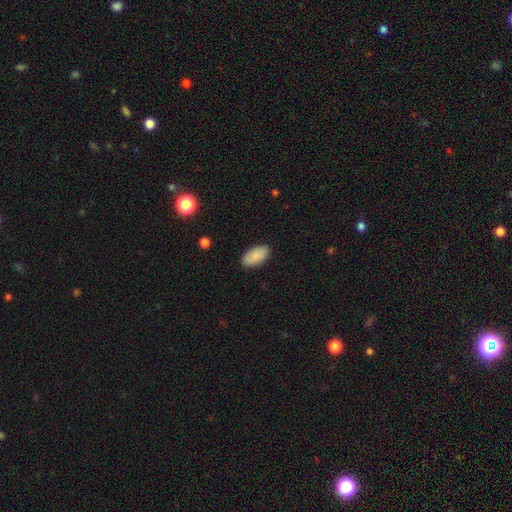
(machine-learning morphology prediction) Smooth or featured?
  - smooth: 89% *
  - star or artifact: 6%
  - featured or disk: 5%
How rounded?
  - in between: 95% *
  - cigar-shaped: 3%
  - round: 3%
Merging?
  - none: 88% *
  - minor disturbance: 9%
  - major disturbance: 2%
  - merger: 1%